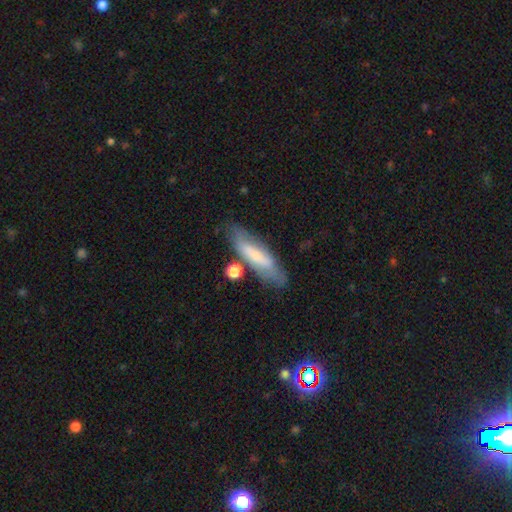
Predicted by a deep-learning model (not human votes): Morphology: type=smooth (52%); roundness=cigar-shaped (61%); merging=none (67%).